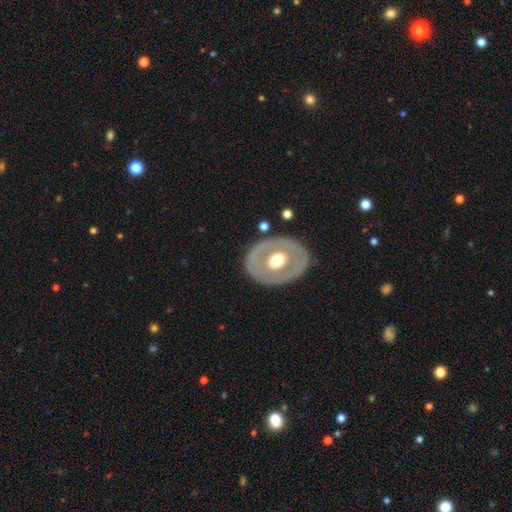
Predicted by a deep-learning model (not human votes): featured or disk 61%, smooth 34%, star or artifact 5%. Down the decision tree: edge-on disk — no (91%); bar — no (84%); spiral arms — no (91%); bulge size — moderate (70%); merging — none (82%).